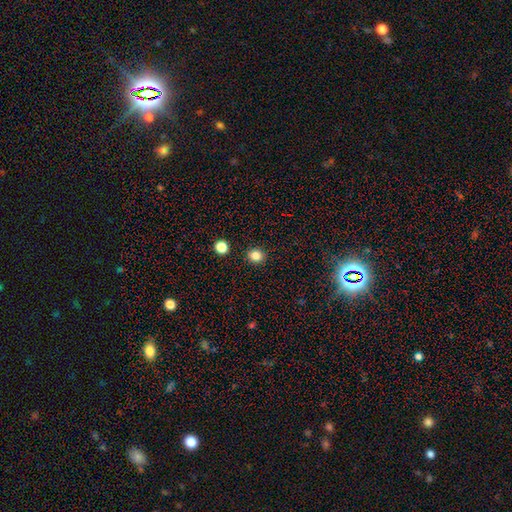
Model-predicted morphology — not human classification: smooth 83%, star or artifact 12%, featured or disk 4%. Down the decision tree: how rounded — round (84%); merging — none (92%).